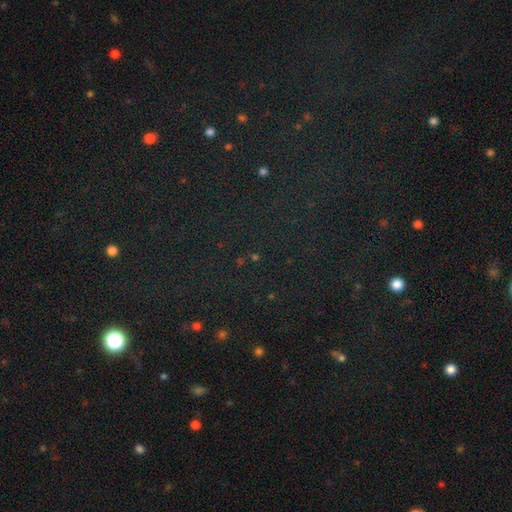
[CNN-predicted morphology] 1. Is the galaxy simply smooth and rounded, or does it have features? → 77% star or artifact, 15% smooth, 8% featured or disk.